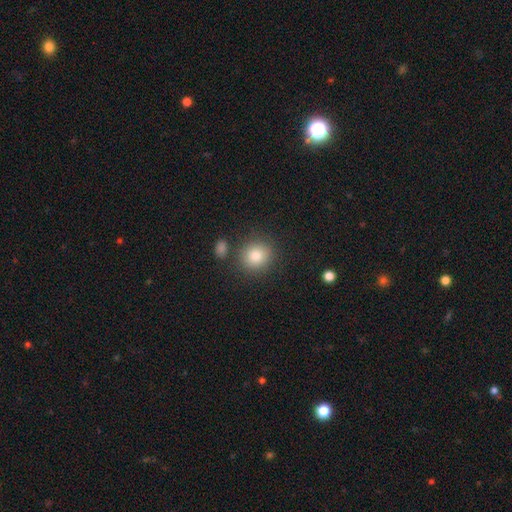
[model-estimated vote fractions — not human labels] smooth-or-featured: smooth: 84% | star or artifact: 9% | featured or disk: 7%
  how-rounded: round: 84% | in between: 15% | cigar-shaped: 1%
  merging: none: 81% | minor disturbance: 10% | merger: 6% | major disturbance: 3%